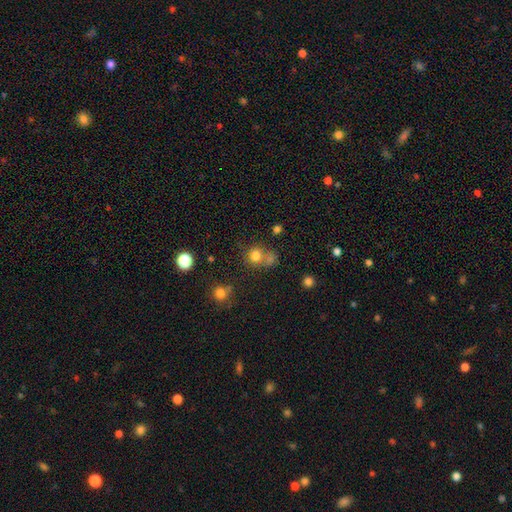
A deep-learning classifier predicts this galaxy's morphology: Smooth or featured?
  - smooth: 76% *
  - star or artifact: 16%
  - featured or disk: 8%
How rounded?
  - round: 85% *
  - in between: 14%
  - cigar-shaped: 1%
Merging?
  - none: 53% *
  - merger: 30%
  - minor disturbance: 11%
  - major disturbance: 6%